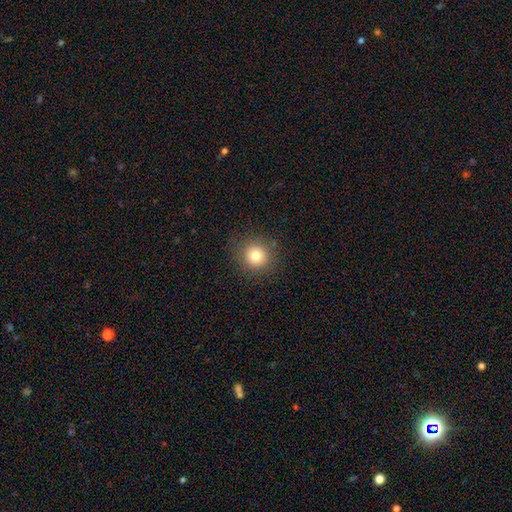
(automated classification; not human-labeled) Smooth or featured? Predicted: smooth (p=0.78). How rounded? Predicted: round (p=0.94). Merging? Predicted: none (p=0.89).